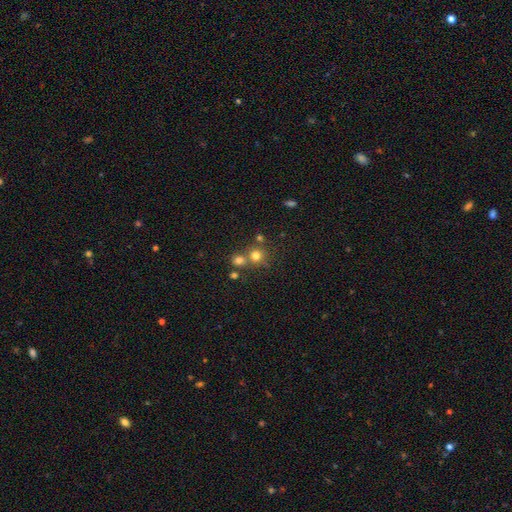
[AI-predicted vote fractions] Smooth or featured: smooth — 74% (star or artifact — 17%)
How rounded: round — 90% (in between — 9%)
Merging: none — 56% (merger — 33%)